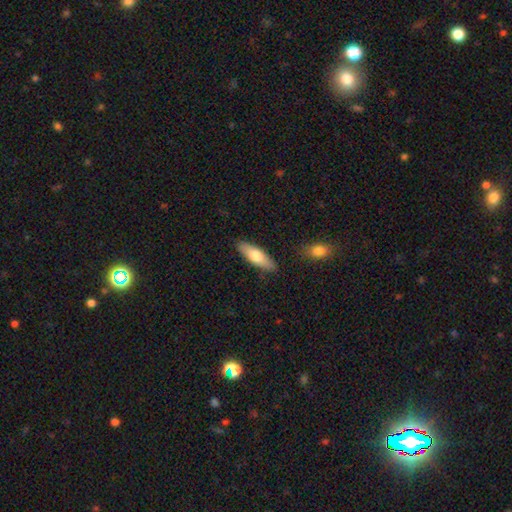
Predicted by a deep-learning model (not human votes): smooth_or_featured: smooth (p=0.68) [alt: featured or disk p=0.27]
how_rounded: in between (p=0.50) [alt: cigar-shaped p=0.48]
merging: none (p=0.87) [alt: minor disturbance p=0.09]